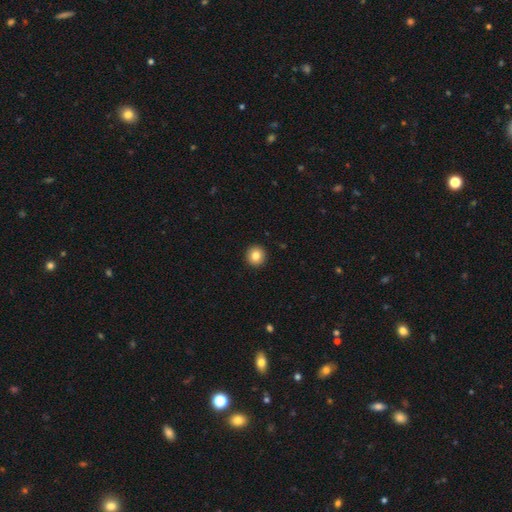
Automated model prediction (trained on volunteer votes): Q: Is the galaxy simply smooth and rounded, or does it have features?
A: smooth — 83%.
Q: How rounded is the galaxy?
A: round — 94%.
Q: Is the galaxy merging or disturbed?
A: none — 93%.